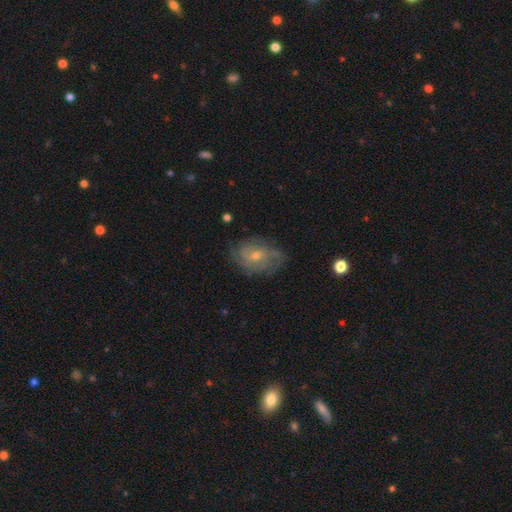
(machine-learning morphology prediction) A featured or disk galaxy (74%) with no bar (69%), tight (50%) spiral arms (90%) and a small central bulge (56%). Merging: none (73%).